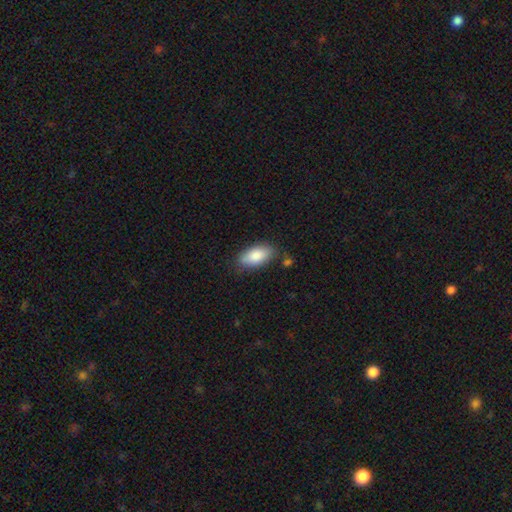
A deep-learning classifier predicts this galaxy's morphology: Overall: smooth (85%). How rounded: in between (92%). Merging: none (79%).